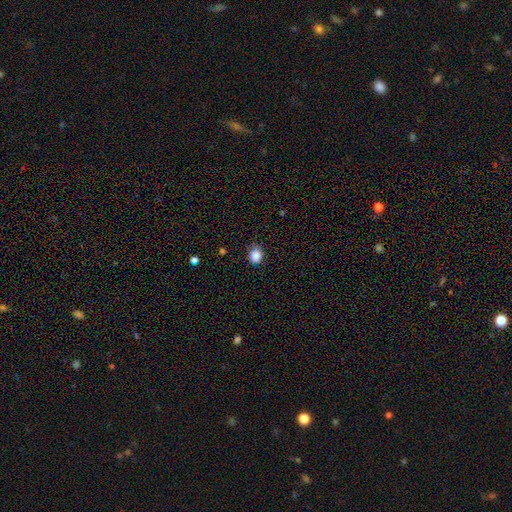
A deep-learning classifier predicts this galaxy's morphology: type=smooth (86%); roundness=round (66%); merging=none (79%).